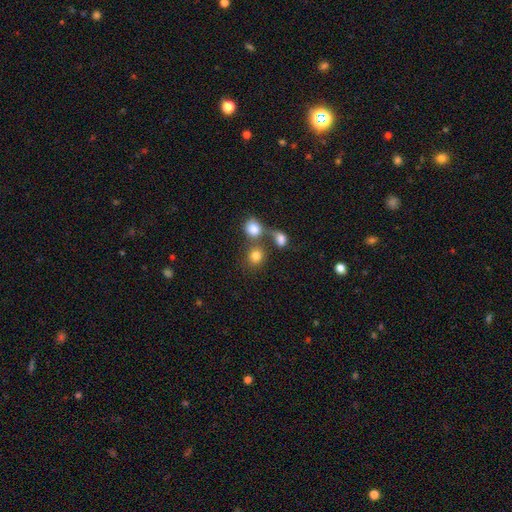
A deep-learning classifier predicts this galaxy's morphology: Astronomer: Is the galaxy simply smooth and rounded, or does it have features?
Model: smooth — 80%.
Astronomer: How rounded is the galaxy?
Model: round — 79%.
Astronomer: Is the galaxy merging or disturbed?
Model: none — 50% (runner-up: merger, 36%).